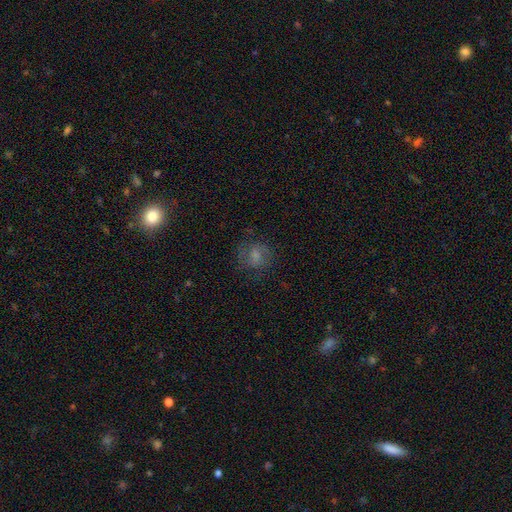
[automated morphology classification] A smooth galaxy with no disk features (59%) that is round (78%). Merging: none (68%).